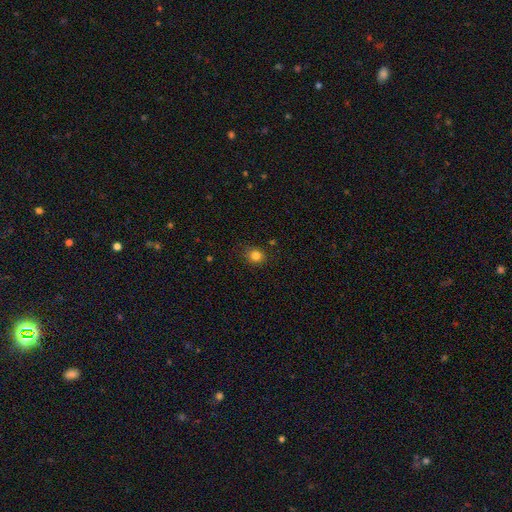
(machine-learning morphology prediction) This is clearly a smooth galaxy (82%). How rounded: likely round (79%). Merging: clearly none (85%).